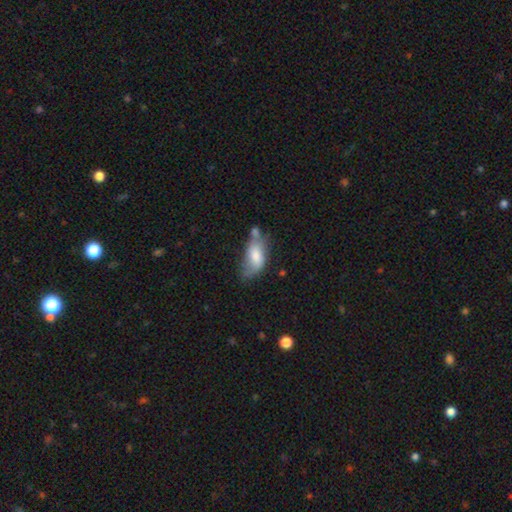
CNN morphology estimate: Q: Smooth or featured?
A: smooth (70%); runner-up: featured or disk (23%)
Q: How rounded?
A: in between (88%); runner-up: cigar-shaped (9%)
Q: Merging?
A: none (37%); runner-up: minor disturbance (29%)